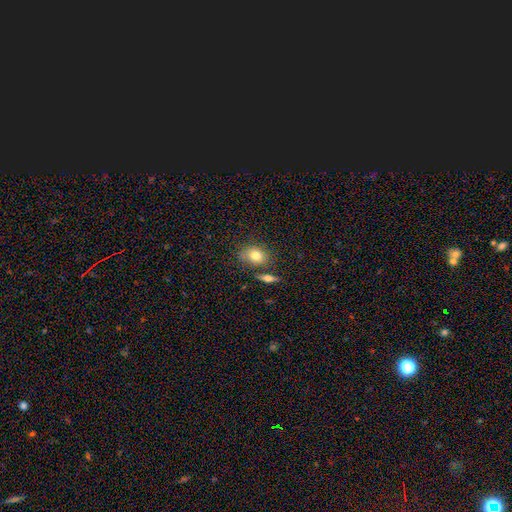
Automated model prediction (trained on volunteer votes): The model was most divided on "how rounded": in between: 66%, round: 32%, cigar-shaped: 2%. More confident: smooth or featured — smooth (79%); merging — none (66%).